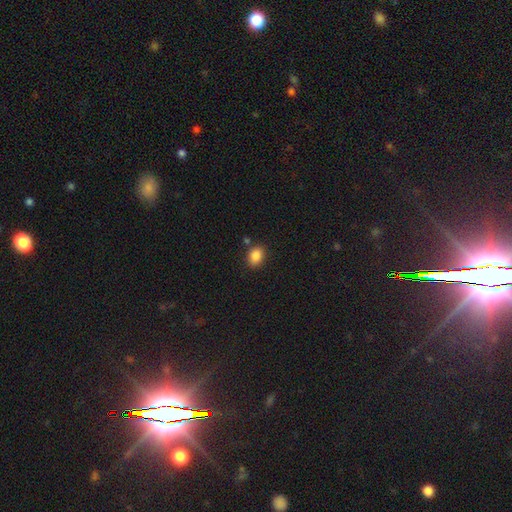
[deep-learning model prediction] Smooth or featured: smooth — 86% (star or artifact — 9%)
How rounded: in between — 63% (round — 36%)
Merging: none — 81% (minor disturbance — 11%)